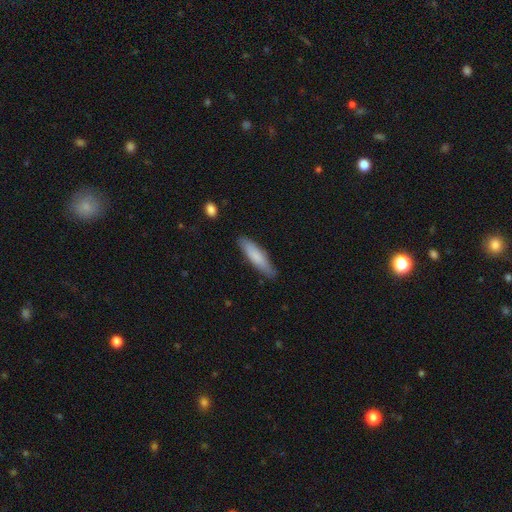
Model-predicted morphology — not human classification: Q: Smooth or featured?
A: smooth (78%); runner-up: featured or disk (16%)
Q: How rounded?
A: cigar-shaped (76%); runner-up: in between (23%)
Q: Merging?
A: none (84%); runner-up: minor disturbance (13%)